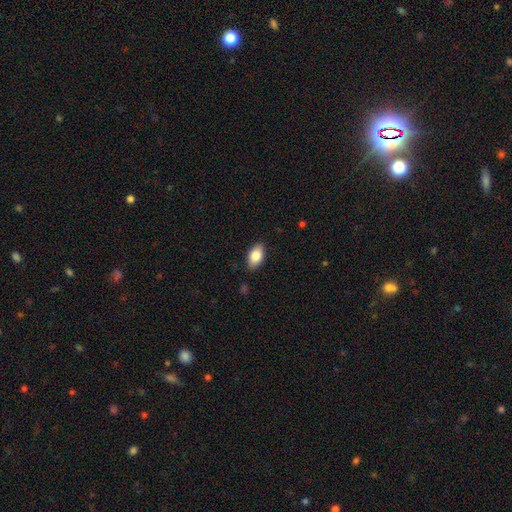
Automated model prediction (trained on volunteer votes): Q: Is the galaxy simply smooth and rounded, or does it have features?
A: smooth — 84%.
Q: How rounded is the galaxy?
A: in between — 92%.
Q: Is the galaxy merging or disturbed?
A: none — 86%.